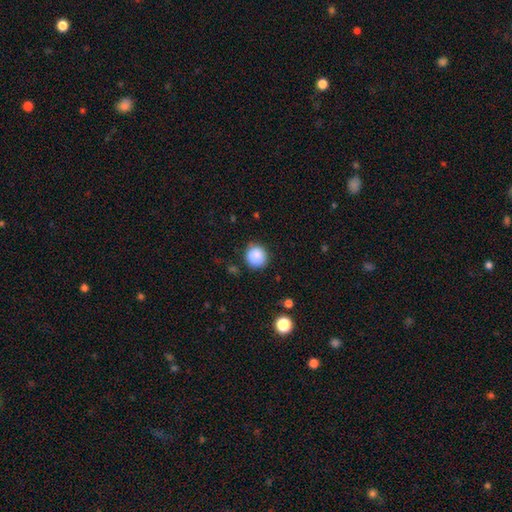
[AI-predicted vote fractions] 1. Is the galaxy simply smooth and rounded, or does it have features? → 86% smooth, 9% star or artifact, 6% featured or disk.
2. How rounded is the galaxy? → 91% round, 8% in between, 1% cigar-shaped.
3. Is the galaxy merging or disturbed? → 80% none, 14% minor disturbance, 3% major disturbance, 2% merger.